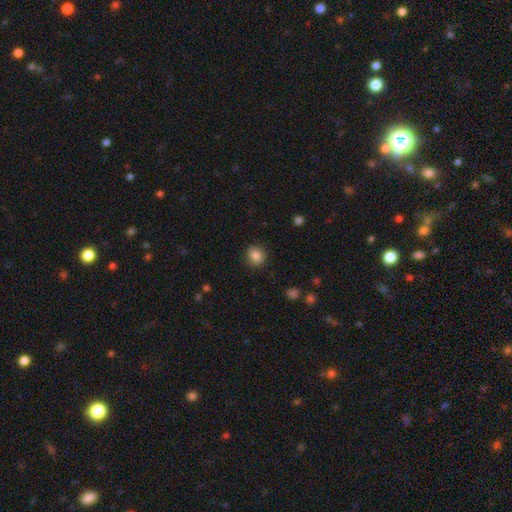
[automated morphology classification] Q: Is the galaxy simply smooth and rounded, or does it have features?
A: smooth — 85%.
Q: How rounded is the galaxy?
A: round — 83%.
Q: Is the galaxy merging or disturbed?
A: none — 88%.